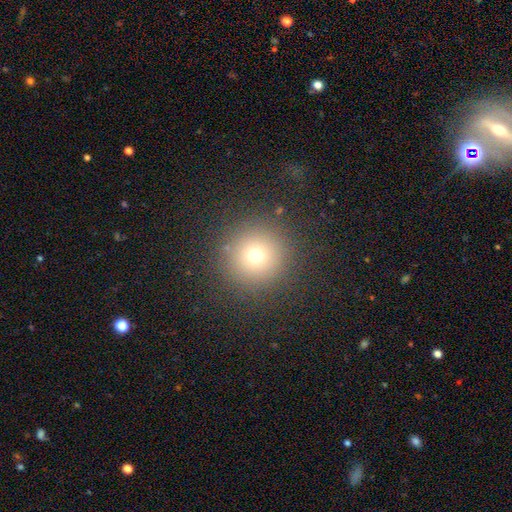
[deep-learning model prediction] smooth 71%, star or artifact 19%, featured or disk 10%. Down the decision tree: how rounded — round (96%); merging — none (89%).